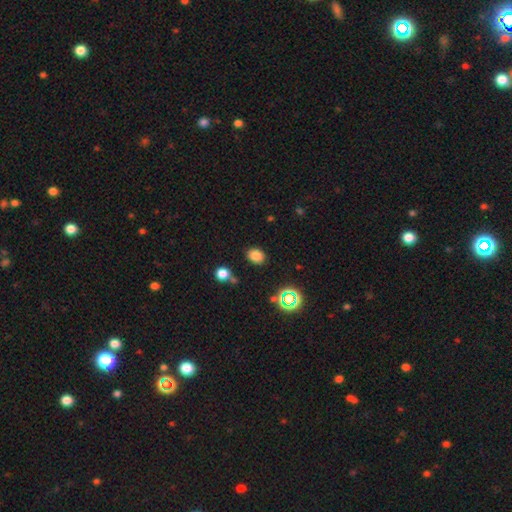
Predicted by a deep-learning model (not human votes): The model was most divided on "how rounded": in between: 53%, round: 46%, cigar-shaped: 1%. More confident: merging — none (84%); smooth or featured — smooth (78%).